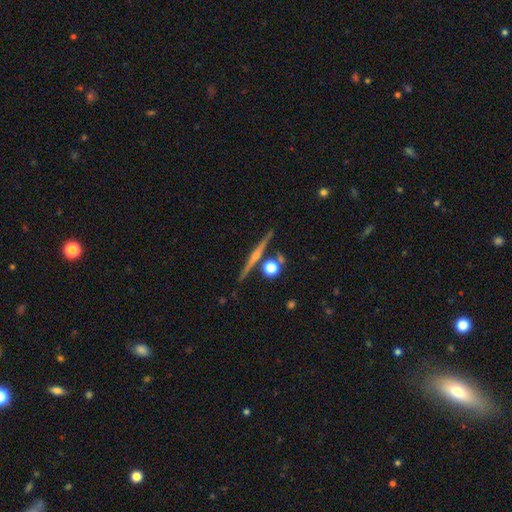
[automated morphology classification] smooth-or-featured: featured or disk: 78% | smooth: 14% | star or artifact: 8%
  disk-edge-on: yes: 98% | no: 2%
    edge-on-bulge: rounded: 84% | none: 10% | boxy: 6%
  merging: none: 86% | minor disturbance: 7% | merger: 6% | major disturbance: 2%